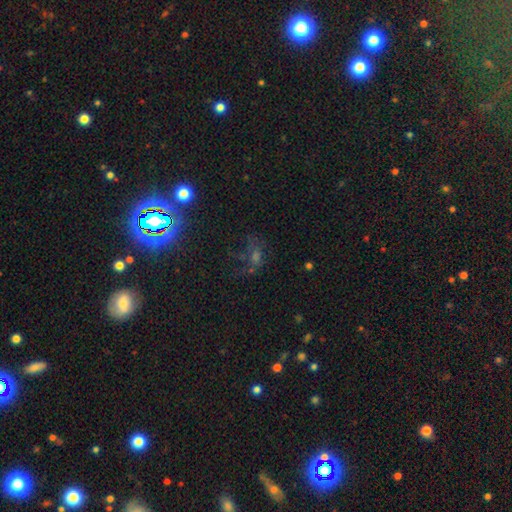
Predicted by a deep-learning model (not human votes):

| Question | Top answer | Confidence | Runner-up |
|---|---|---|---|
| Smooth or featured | star or artifact | 45% | smooth (29%) |